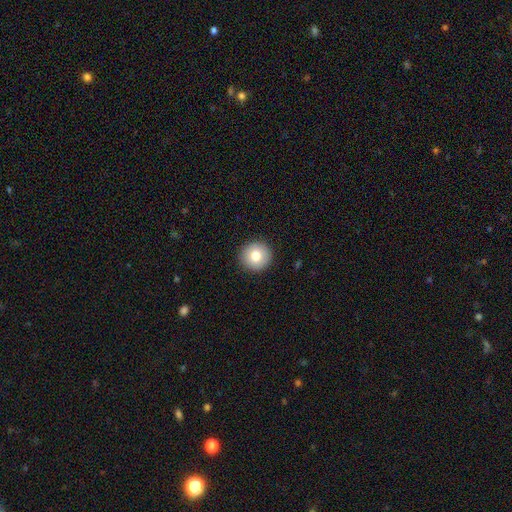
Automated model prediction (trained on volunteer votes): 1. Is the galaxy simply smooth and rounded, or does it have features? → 79% smooth, 12% featured or disk, 9% star or artifact.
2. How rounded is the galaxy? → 95% round, 4% in between, 1% cigar-shaped.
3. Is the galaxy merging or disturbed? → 93% none, 5% minor disturbance, 2% major disturbance, 1% merger.